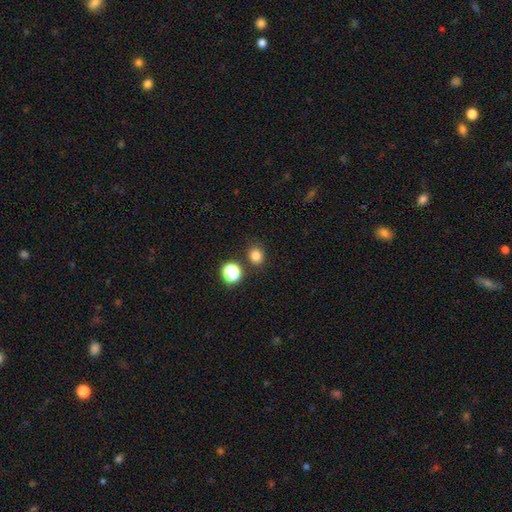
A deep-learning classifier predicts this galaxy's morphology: Smooth or featured?
  - smooth: 79% *
  - star or artifact: 16%
  - featured or disk: 5%
How rounded?
  - round: 73% *
  - in between: 26%
  - cigar-shaped: 1%
Merging?
  - none: 82% *
  - minor disturbance: 9%
  - merger: 6%
  - major disturbance: 3%